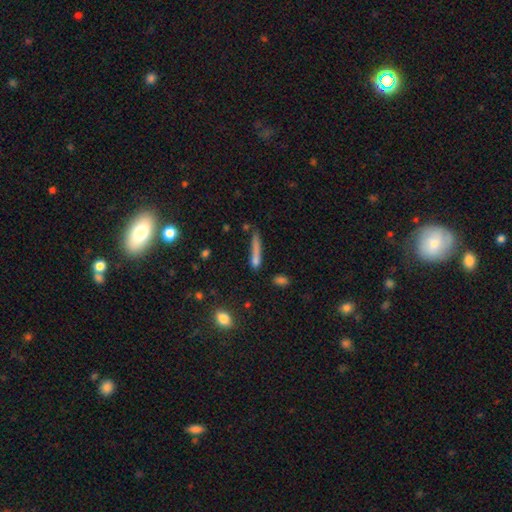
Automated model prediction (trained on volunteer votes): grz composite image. It shows a smooth galaxy with no disk features (71%) that is cigar-shaped (90%). Merging: none (57%).